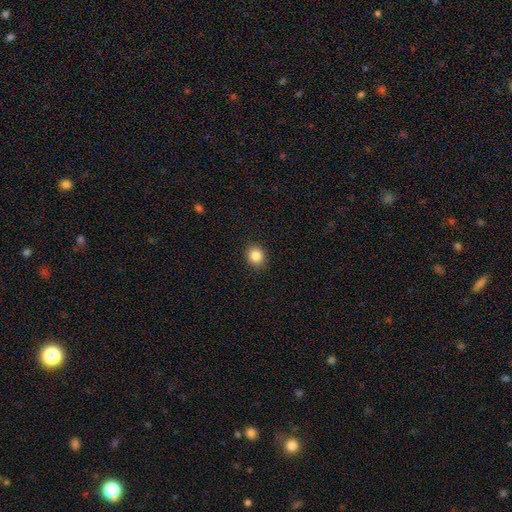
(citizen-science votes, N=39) smooth_or_featured: smooth (p=0.85) [alt: star or artifact p=0.10]
how_rounded: round (p=0.82) [alt: in between p=0.18]
merging: none (p=0.89) [alt: major disturbance p=0.09]